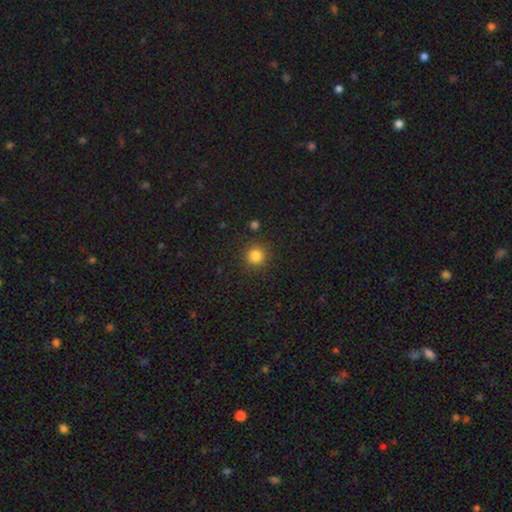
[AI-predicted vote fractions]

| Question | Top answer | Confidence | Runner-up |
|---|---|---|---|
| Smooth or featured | smooth | 83% | star or artifact (13%) |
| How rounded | round | 94% | in between (5%) |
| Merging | none | 90% | minor disturbance (6%) |